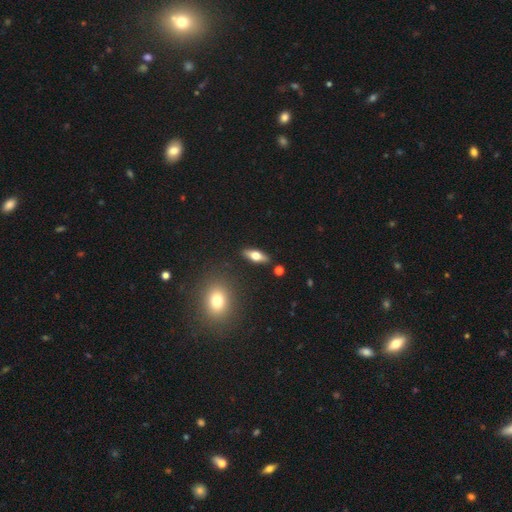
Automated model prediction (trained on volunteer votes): Smooth or featured?
  - smooth: 55% *
  - featured or disk: 39%
  - star or artifact: 7%
How rounded?
  - in between: 63% *
  - cigar-shaped: 33%
  - round: 4%
Merging?
  - none: 87% *
  - minor disturbance: 8%
  - merger: 3%
  - major disturbance: 2%